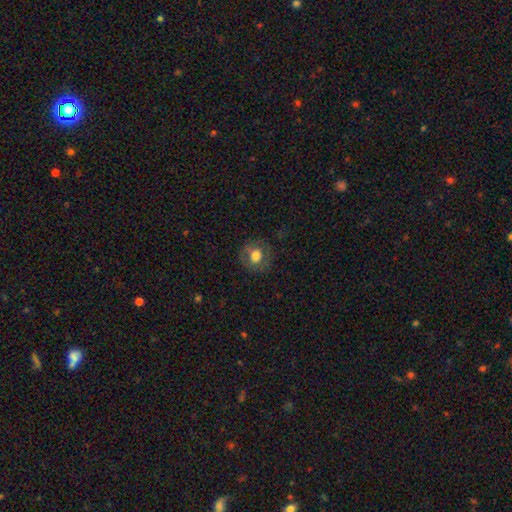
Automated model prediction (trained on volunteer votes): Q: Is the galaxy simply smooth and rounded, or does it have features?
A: smooth — 67%.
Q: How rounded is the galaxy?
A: round — 75%.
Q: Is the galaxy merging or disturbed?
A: none — 77%.